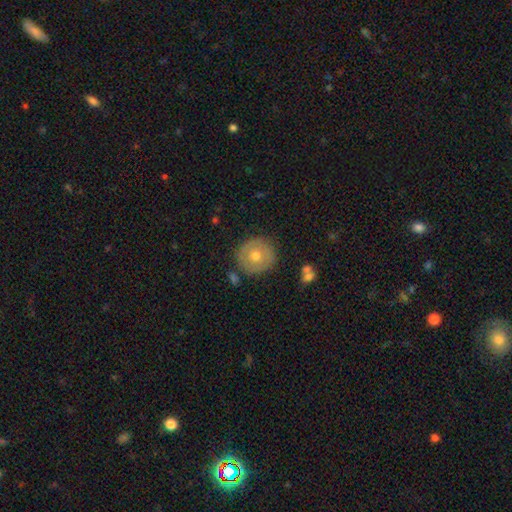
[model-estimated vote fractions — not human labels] A smooth galaxy with no disk features (59%) that is round (93%). Merging: none (85%).